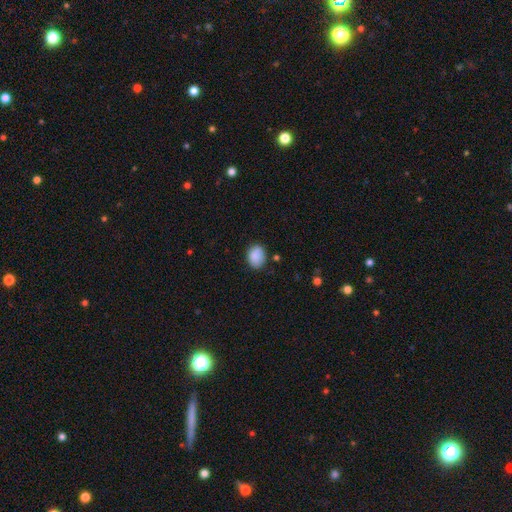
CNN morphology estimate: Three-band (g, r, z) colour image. It shows a smooth galaxy with no disk features (88%) that is in between round and cigar-shaped (57%). Merging: none (77%).